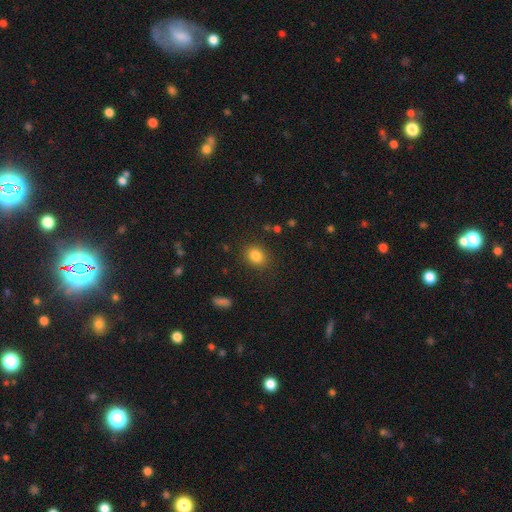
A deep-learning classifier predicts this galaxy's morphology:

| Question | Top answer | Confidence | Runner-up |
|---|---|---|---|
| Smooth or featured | smooth | 84% | star or artifact (11%) |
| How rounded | in between | 54% | round (45%) |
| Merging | none | 84% | minor disturbance (10%) |